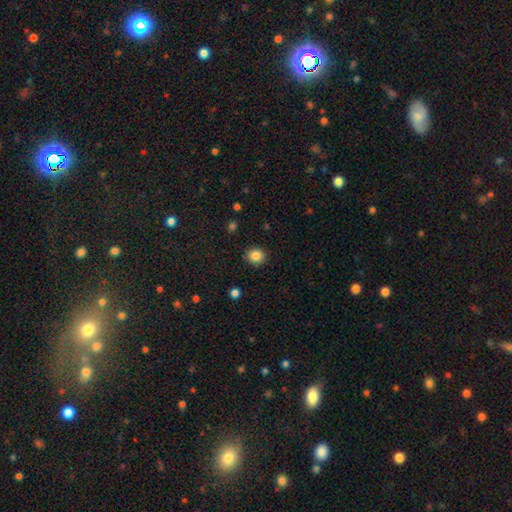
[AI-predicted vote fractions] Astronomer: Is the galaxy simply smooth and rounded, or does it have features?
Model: smooth — 85%.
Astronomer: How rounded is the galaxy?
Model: round — 83%.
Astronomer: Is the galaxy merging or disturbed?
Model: none — 89%.